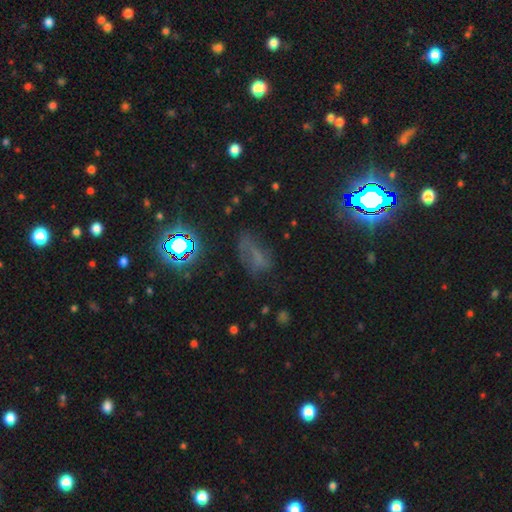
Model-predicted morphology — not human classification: Q: Smooth or featured?
A: star or artifact (41%); runner-up: smooth (37%)